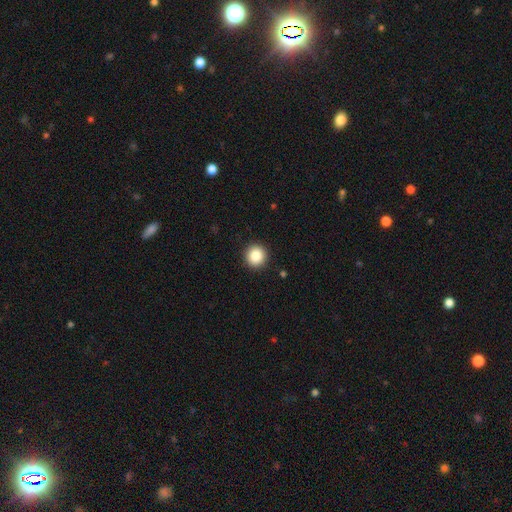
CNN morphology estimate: A smooth galaxy with no disk features (86%) that is round (94%). Merging: none (93%).